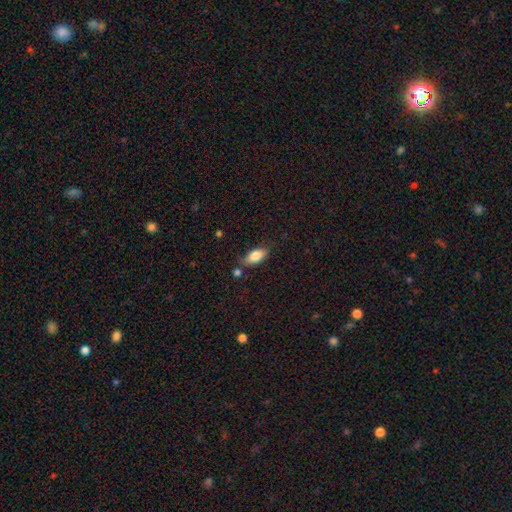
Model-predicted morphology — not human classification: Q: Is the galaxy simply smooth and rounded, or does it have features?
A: smooth — 80%.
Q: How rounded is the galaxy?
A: in between — 88%.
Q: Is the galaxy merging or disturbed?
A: none — 70%.